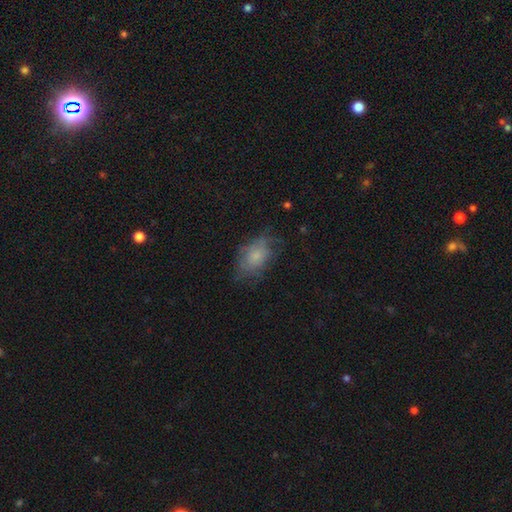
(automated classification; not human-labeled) This appears to be a smooth galaxy with no disk features (63%) that is in between round and cigar-shaped (88%). Merging: none (58%).